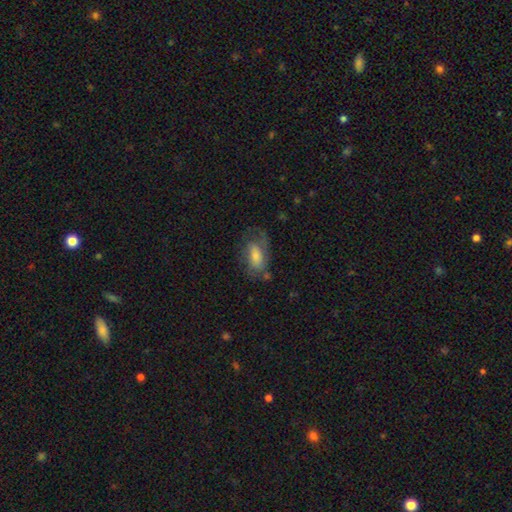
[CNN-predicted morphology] Smooth or featured?
  - smooth: 48% *
  - featured or disk: 44%
  - star or artifact: 8%
Merging?
  - none: 50% *
  - minor disturbance: 25%
  - major disturbance: 22%
  - merger: 3%